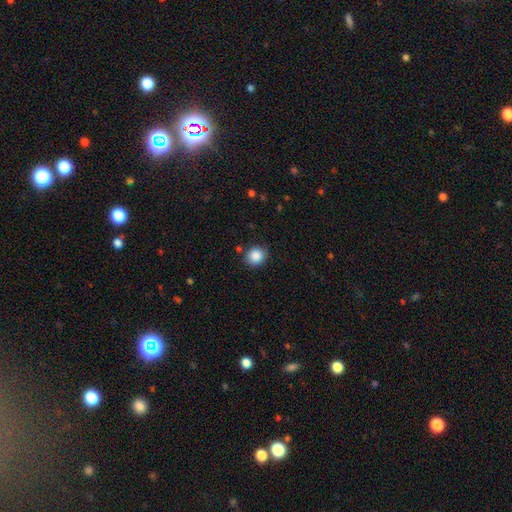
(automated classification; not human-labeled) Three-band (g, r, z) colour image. It shows a smooth galaxy with no disk features (87%) that is round (84%). Merging: none (84%).